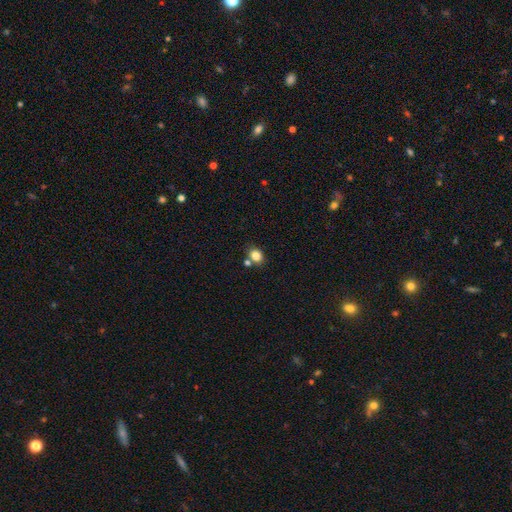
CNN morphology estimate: type=smooth (83%); roundness=in between (53%); merging=none (67%).